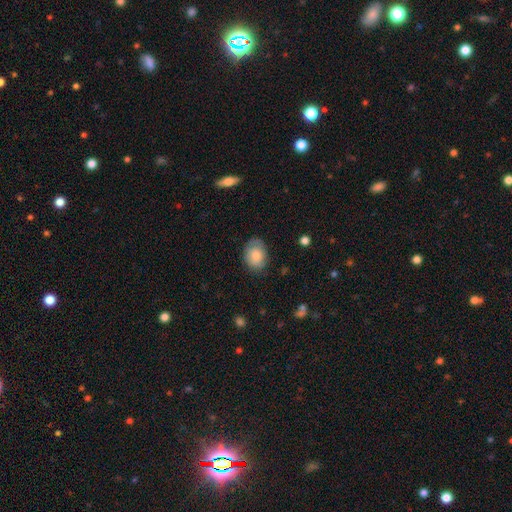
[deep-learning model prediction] Smooth or featured? Predicted: smooth (p=0.75). How rounded? Predicted: in between (p=0.59). Merging? Predicted: none (p=0.72).